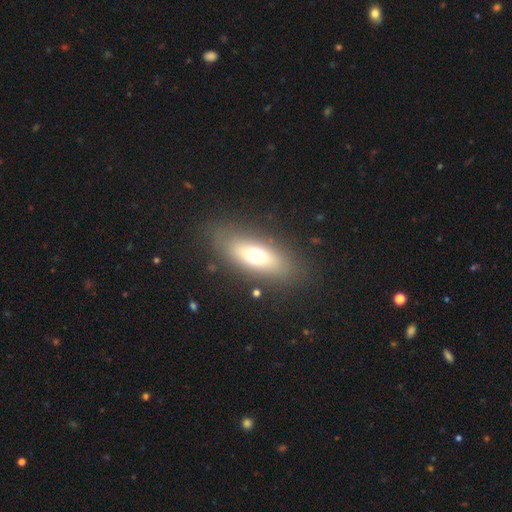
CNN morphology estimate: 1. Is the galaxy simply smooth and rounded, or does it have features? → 63% smooth, 28% featured or disk, 9% star or artifact.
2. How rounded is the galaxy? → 72% in between, 23% cigar-shaped, 5% round.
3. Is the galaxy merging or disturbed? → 82% none, 11% minor disturbance, 5% major disturbance, 2% merger.